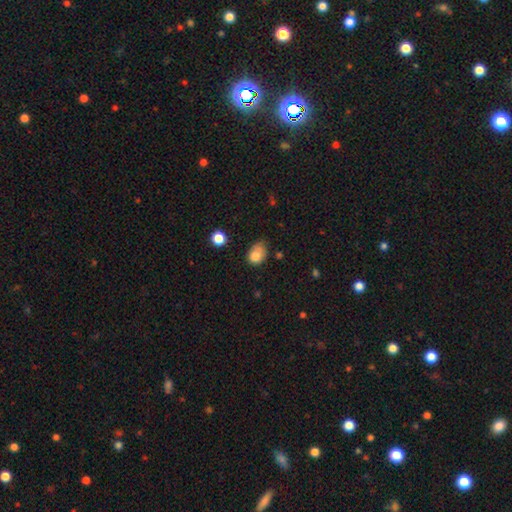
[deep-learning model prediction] Smooth or featured: smooth — 80% (star or artifact — 10%)
How rounded: in between — 52% (round — 47%)
Merging: none — 41% (minor disturbance — 40%)